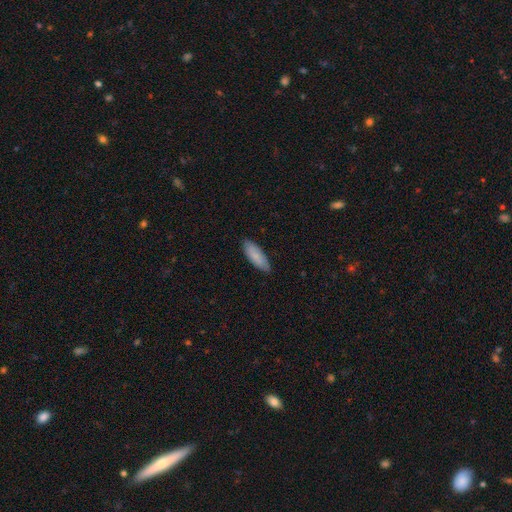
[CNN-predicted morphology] smooth-or-featured: smooth: 82% | featured or disk: 12% | star or artifact: 6%
  how-rounded: in between: 67% | cigar-shaped: 31% | round: 2%
  merging: none: 84% | minor disturbance: 13% | major disturbance: 2% | merger: 1%